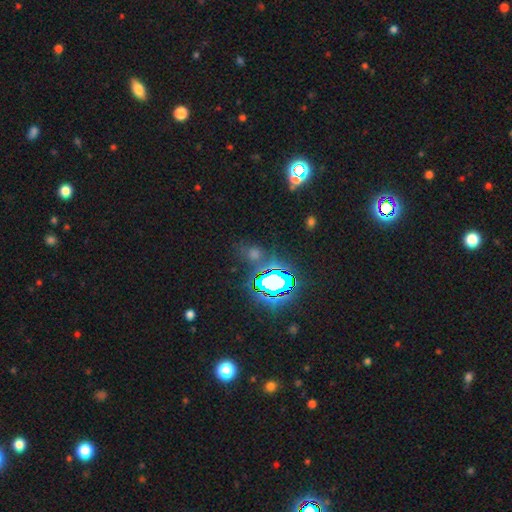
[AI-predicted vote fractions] Overall: star or artifact (56%; smooth 33%).